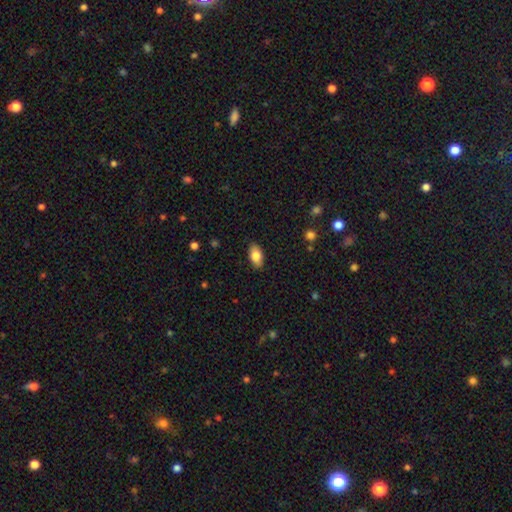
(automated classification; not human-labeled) A smooth galaxy with no disk features (82%) that is in between round and cigar-shaped (92%).

Vote fractions:
- Smooth or featured? smooth: 82% / featured or disk: 11% / star or artifact: 7%
- How rounded? in between: 92% / round: 4% / cigar-shaped: 3%
- Merging? none: 87% / minor disturbance: 10% / major disturbance: 2% / merger: 1%